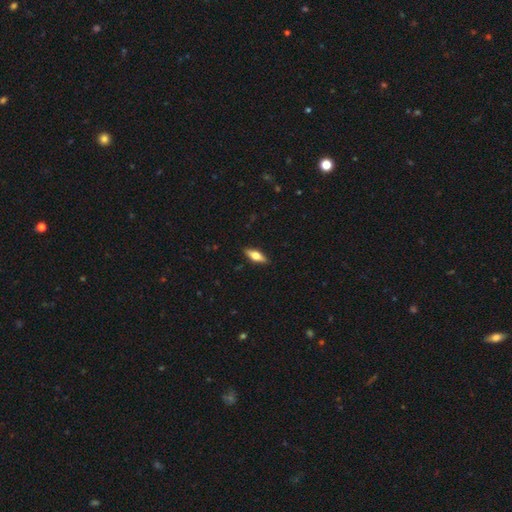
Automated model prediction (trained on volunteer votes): Smooth or featured?
  - smooth: 54% *
  - featured or disk: 40%
  - star or artifact: 6%
How rounded?
  - in between: 60% *
  - cigar-shaped: 37%
  - round: 3%
Merging?
  - none: 89% *
  - minor disturbance: 8%
  - major disturbance: 2%
  - merger: 1%